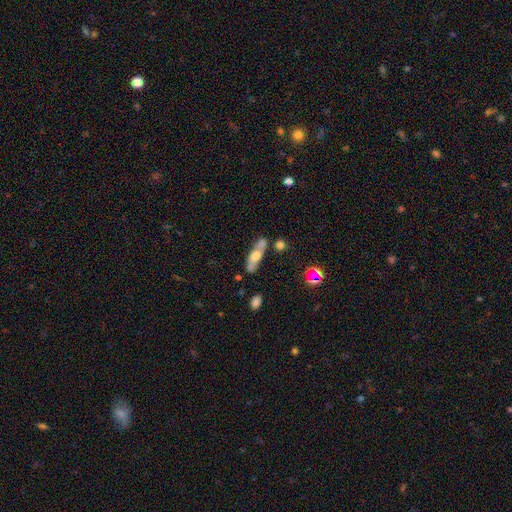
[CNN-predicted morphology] Smooth or featured? Predicted: smooth (p=0.51). How rounded? Predicted: cigar-shaped (p=0.54). Merging? Predicted: none (p=0.56).